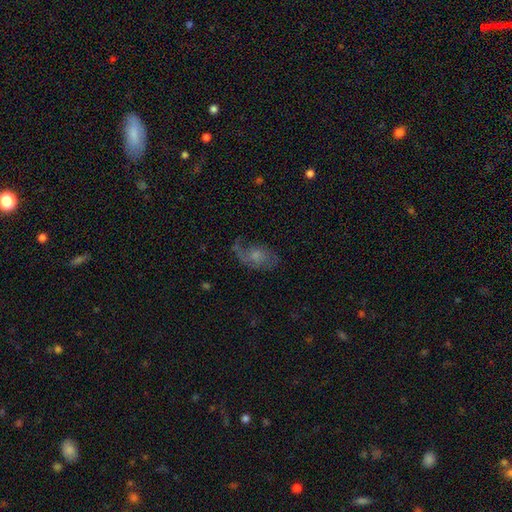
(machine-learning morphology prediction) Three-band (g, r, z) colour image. It shows a featured or disk galaxy (56%) with no bar (74%), spiral arms (78%) and a small central bulge (48%). Merging: none (51%).